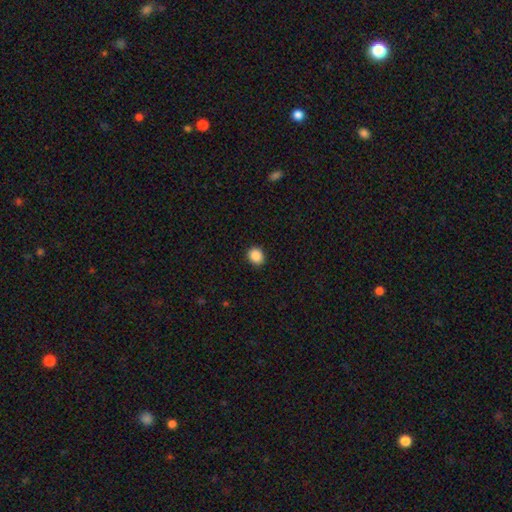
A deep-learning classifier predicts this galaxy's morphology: Smooth or featured?
  - smooth: 89% *
  - star or artifact: 9%
  - featured or disk: 2%
How rounded?
  - round: 70% *
  - in between: 29%
  - cigar-shaped: 1%
Merging?
  - none: 91% *
  - minor disturbance: 6%
  - major disturbance: 2%
  - merger: 1%